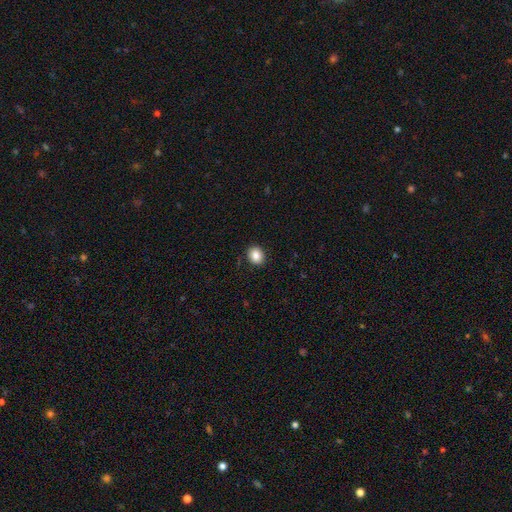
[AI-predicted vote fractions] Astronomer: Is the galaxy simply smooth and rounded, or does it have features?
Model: smooth — 85%.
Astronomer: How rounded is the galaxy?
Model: round — 64%.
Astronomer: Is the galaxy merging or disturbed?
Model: none — 89%.